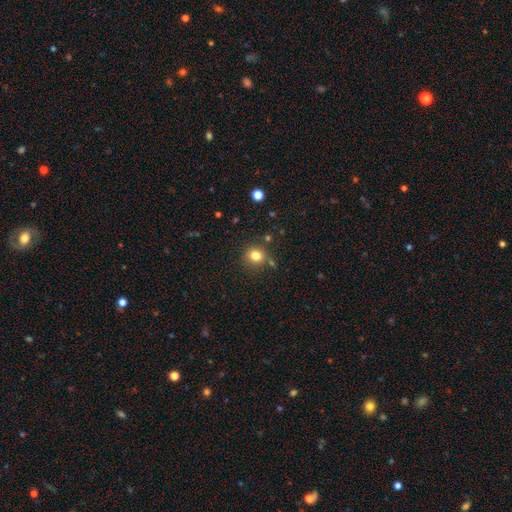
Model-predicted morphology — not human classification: This is likely a smooth galaxy (80%). How rounded: clearly round (87%). Merging: clearly none (80%).